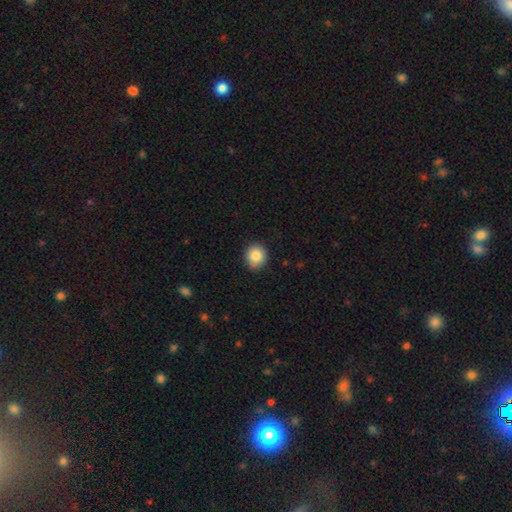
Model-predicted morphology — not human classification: Smooth or featured? Predicted: smooth (p=0.87). How rounded? Predicted: round (p=0.87). Merging? Predicted: none (p=0.88).